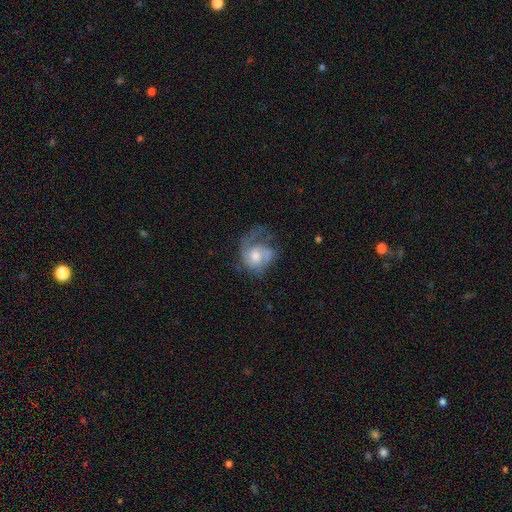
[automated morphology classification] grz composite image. It shows a featured or disk galaxy (65%) with no bar (73%), 1 (40%) medium (41%) spiral arms (80%) and a moderate central bulge (57%). Merging: major disturbance (40%).